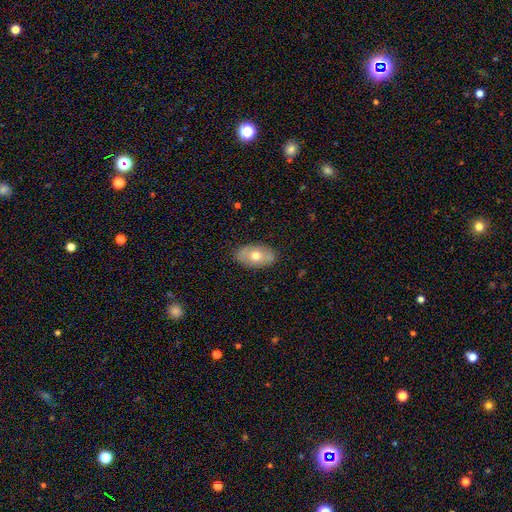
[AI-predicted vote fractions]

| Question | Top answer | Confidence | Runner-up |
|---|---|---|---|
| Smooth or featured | smooth | 64% | featured or disk (30%) |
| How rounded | in between | 91% | round (7%) |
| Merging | none | 84% | minor disturbance (12%) |